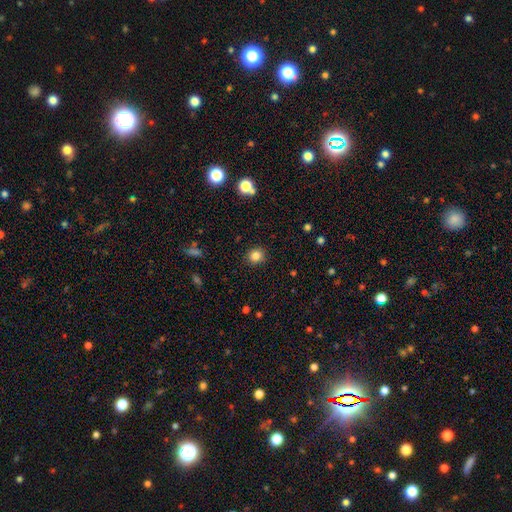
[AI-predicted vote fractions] smooth_or_featured: smooth (p=0.83) [alt: star or artifact p=0.12]
how_rounded: round (p=0.85) [alt: in between p=0.14]
merging: none (p=0.91) [alt: minor disturbance p=0.06]